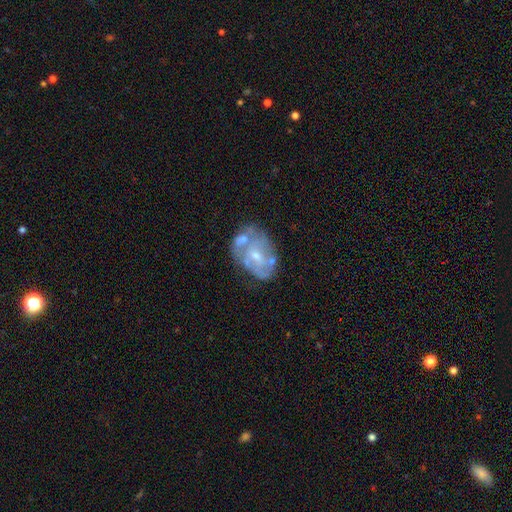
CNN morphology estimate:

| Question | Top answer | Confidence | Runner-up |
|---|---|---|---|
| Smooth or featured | featured or disk | 70% | smooth (22%) |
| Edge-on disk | no | 97% | yes (3%) |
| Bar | no | 70% | weak (25%) |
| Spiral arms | yes | 52% | no (48%) |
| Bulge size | small | 53% | moderate (41%) |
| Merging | none | 44% | merger (24%) |